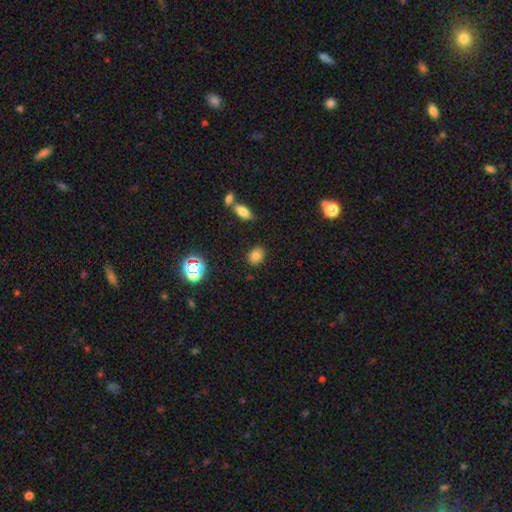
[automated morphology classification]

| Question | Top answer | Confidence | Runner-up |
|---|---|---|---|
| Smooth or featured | smooth | 78% | star or artifact (16%) |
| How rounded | round | 49% | tied: in between (49%) |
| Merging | none | 84% | minor disturbance (10%) |